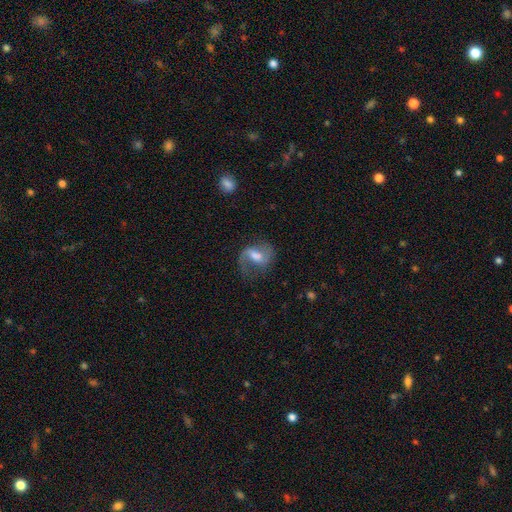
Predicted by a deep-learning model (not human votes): A featured or disk galaxy (69%) with a weak bar (53%), 2 (70%) loose (49%) spiral arms (90%) and a moderate central bulge (52%).

Vote fractions:
- Smooth or featured? featured or disk: 69% / smooth: 23% / star or artifact: 7%
- Edge-on disk? no: 97% / yes: 3%
- Bar? weak: 53% / strong: 25% / no: 22%
- Spiral arms? yes: 90% / no: 10%
- Spiral winding? loose: 49% / medium: 40% / tight: 10%
- Spiral arm count? 2: 70% / 1: 23% / can't tell: 5% / 3: 1% / 4: 1% / more than 4: 1%
- Bulge size? moderate: 52% / small: 20% / large: 19% / none: 8% / dominant: 2%
- Merging? none: 53% / major disturbance: 23% / minor disturbance: 21% / merger: 2%